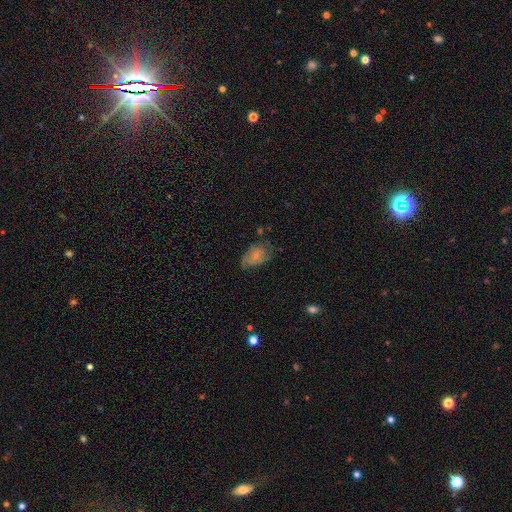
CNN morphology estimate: type=smooth (63%); roundness=in between (87%); merging=none (51%).